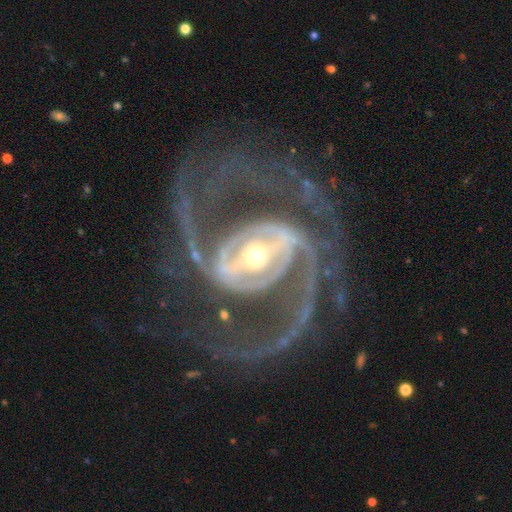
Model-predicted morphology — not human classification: A featured or disk galaxy (93%) with a strong bar (57%), 2 (79%) medium (57%) spiral arms (98%) and a moderate central bulge (49%).

Vote fractions:
- Smooth or featured? featured or disk: 93% / star or artifact: 5% / smooth: 3%
- Edge-on disk? no: 97% / yes: 3%
- Bar? strong: 57% / weak: 30% / no: 13%
- Spiral arms? yes: 98% / no: 2%
- Spiral winding? medium: 57% / tight: 21% / loose: 21%
- Spiral arm count? 2: 79% / 3: 8% / can't tell: 4% / 4: 3% / 1: 3% / more than 4: 3%
- Bulge size? moderate: 49% / small: 41% / large: 7% / dominant: 1% / none: 1%
- Merging? none: 67% / major disturbance: 18% / minor disturbance: 13% / merger: 2%